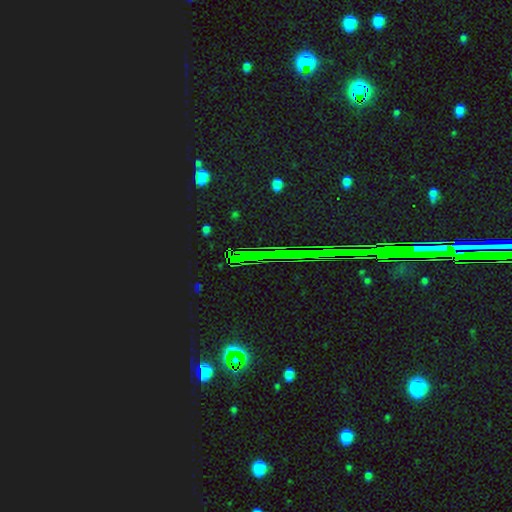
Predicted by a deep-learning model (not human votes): Smooth or featured?
  - star or artifact: 77% *
  - smooth: 12%
  - featured or disk: 11%